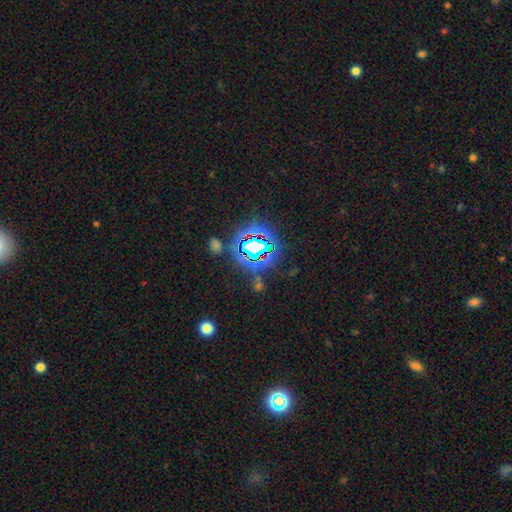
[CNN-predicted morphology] Overall: star or artifact (82%).